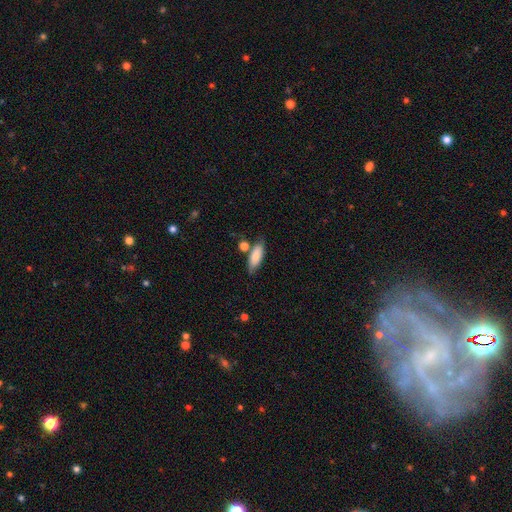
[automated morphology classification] This is clearly a smooth galaxy (81%). How rounded: likely in between (69%). Merging: likely none (66%).